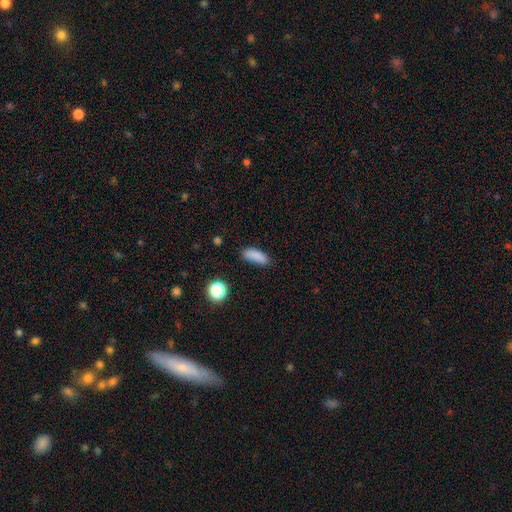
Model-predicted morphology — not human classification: Smooth or featured? smooth (85%)
How rounded? in between (69%)
Merging? none (77%)